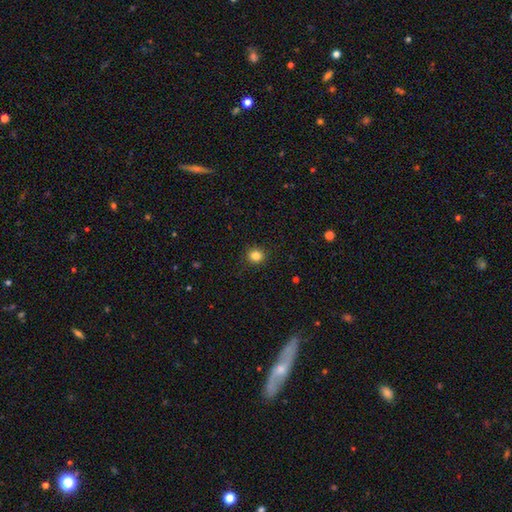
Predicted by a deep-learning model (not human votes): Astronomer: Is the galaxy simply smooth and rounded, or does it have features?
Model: smooth — 84%.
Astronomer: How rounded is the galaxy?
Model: round — 84%.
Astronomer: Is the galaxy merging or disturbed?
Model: none — 91%.